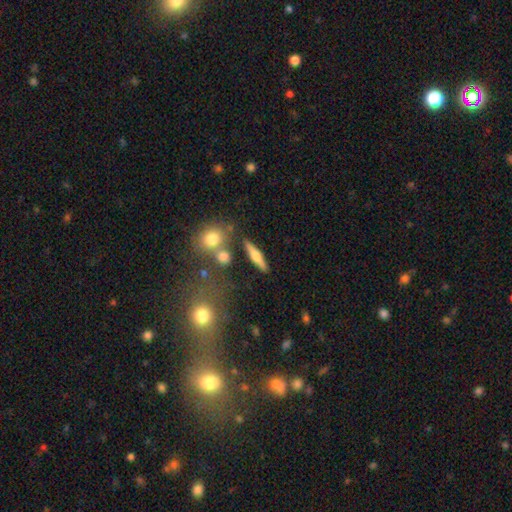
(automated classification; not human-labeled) This appears to be a featured or disk galaxy (49%). Merging: none (80%).